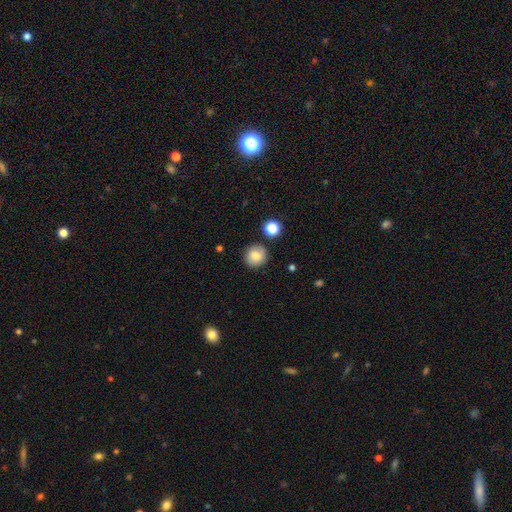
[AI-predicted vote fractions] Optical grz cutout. It shows a smooth galaxy with no disk features (81%) that is round (91%). Merging: none (87%).